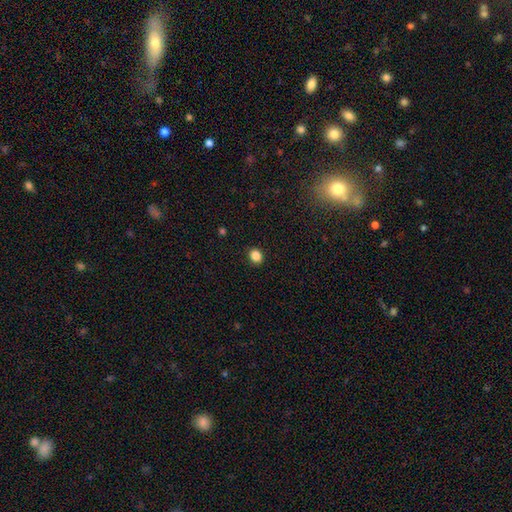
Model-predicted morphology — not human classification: This appears to be a smooth galaxy with no disk features (86%) that is round (65%). Merging: none (91%).